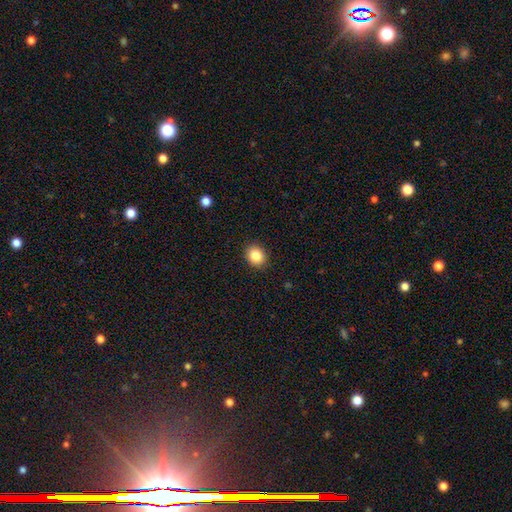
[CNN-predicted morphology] Smooth or featured? Predicted: smooth (p=0.86). How rounded? Predicted: round (p=0.64). Merging? Predicted: none (p=0.91).